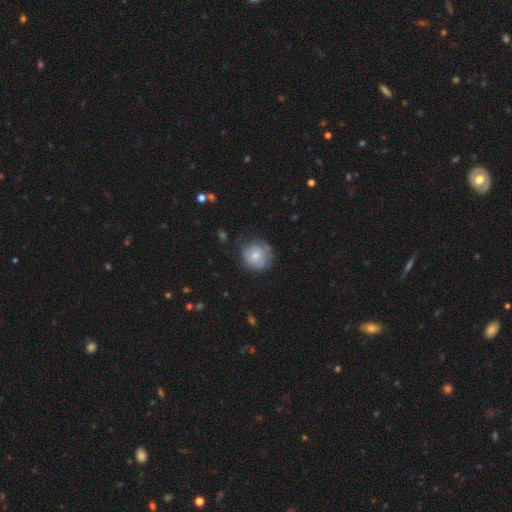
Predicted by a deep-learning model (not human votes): smooth-or-featured: smooth: 64% | featured or disk: 28% | star or artifact: 8%
  how-rounded: round: 89% | in between: 10% | cigar-shaped: 1%
  merging: none: 65% | minor disturbance: 25% | major disturbance: 9% | merger: 2%